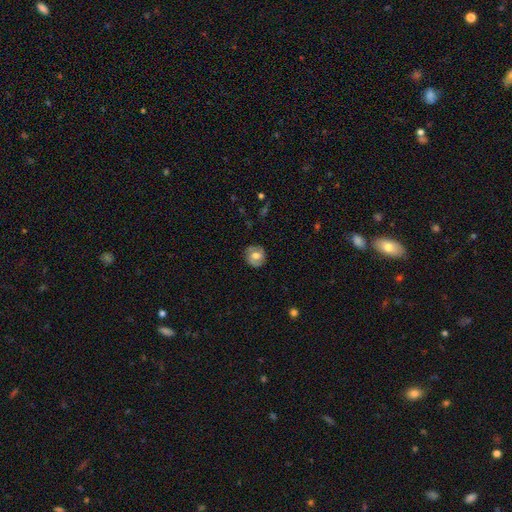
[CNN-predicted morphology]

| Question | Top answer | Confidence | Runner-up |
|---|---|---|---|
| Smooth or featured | featured or disk | 48% | smooth (44%) |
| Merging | none | 83% | minor disturbance (13%) |